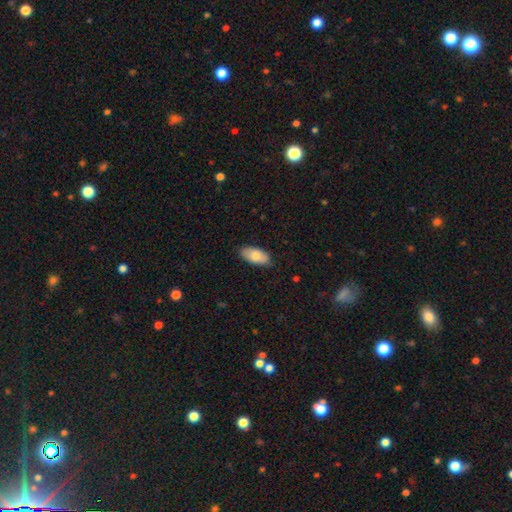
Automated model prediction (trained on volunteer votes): smooth-or-featured: smooth: 78% | featured or disk: 16% | star or artifact: 6%
  how-rounded: in between: 92% | cigar-shaped: 5% | round: 3%
  merging: none: 84% | minor disturbance: 13% | major disturbance: 2% | merger: 1%